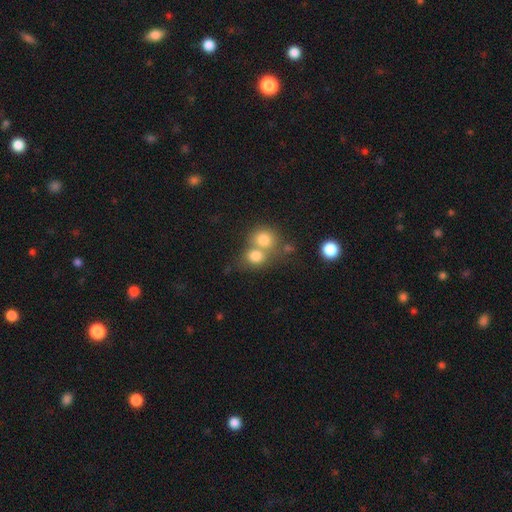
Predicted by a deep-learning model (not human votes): The model was most divided on "merging": merger: 54%, none: 36%, minor disturbance: 7%, major disturbance: 4%. More confident: smooth or featured — smooth (78%); how rounded — round (72%).